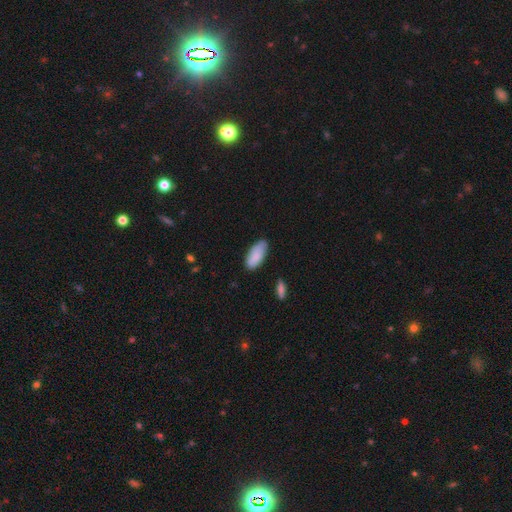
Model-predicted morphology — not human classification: A smooth galaxy with no disk features (86%) that is in between round and cigar-shaped (88%). Merging: none (74%).